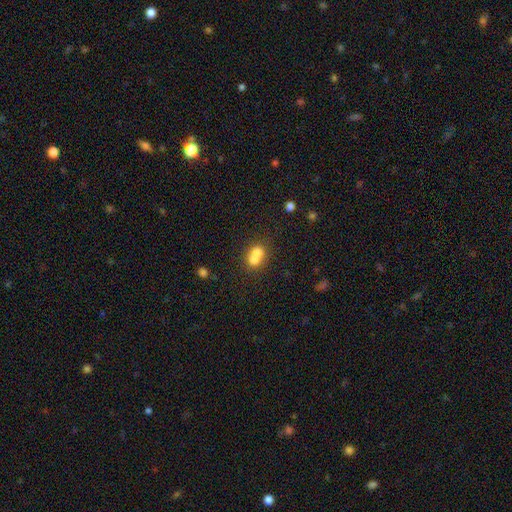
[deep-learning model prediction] Overall: smooth (68%). How rounded: round (60%; in between 39%). Merging: merger (69%).